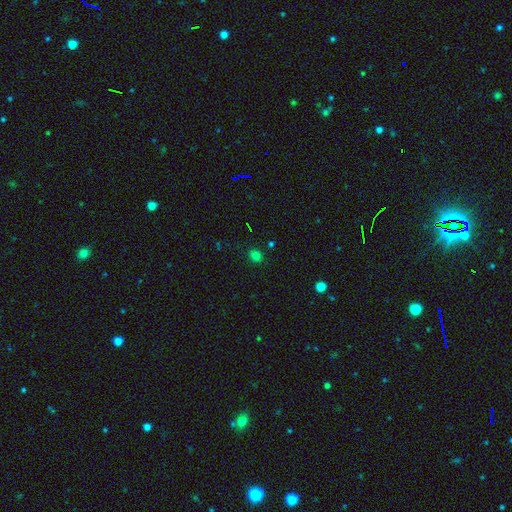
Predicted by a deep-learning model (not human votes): smooth 76%, star or artifact 19%, featured or disk 5%. Down the decision tree: how rounded — round (65%); merging — none (85%).